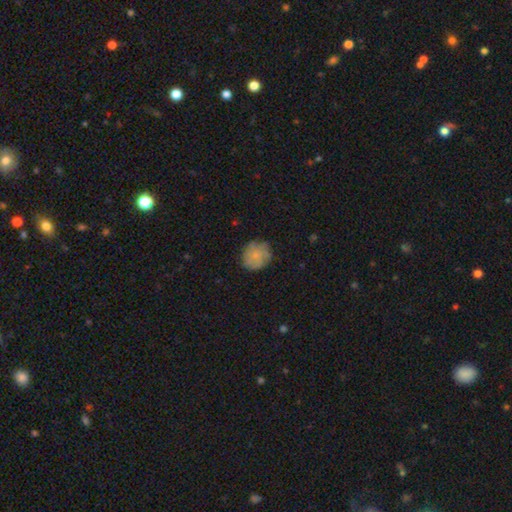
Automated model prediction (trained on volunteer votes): This appears to be a smooth galaxy with no disk features (73%) that is round (83%). Merging: none (72%).